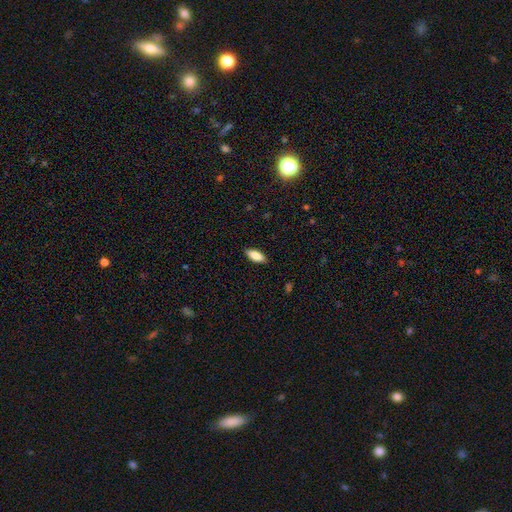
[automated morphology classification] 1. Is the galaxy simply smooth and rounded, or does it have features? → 86% smooth, 8% featured or disk, 6% star or artifact.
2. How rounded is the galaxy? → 76% in between, 22% cigar-shaped, 2% round.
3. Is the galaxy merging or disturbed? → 88% none, 9% minor disturbance, 2% major disturbance, 1% merger.